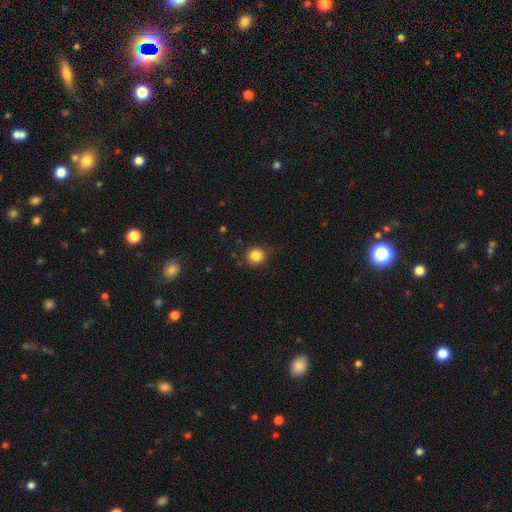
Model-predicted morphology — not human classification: A smooth galaxy with no disk features (84%) that is round (90%). Merging: none (82%).